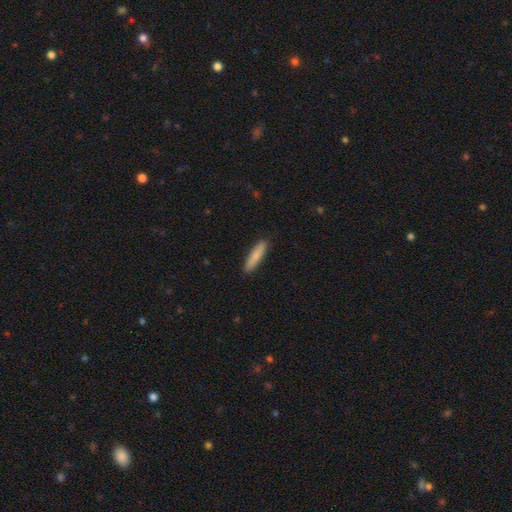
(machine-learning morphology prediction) smooth 83%, featured or disk 11%, star or artifact 5%. Down the decision tree: how rounded — cigar-shaped (80%); merging — none (90%).